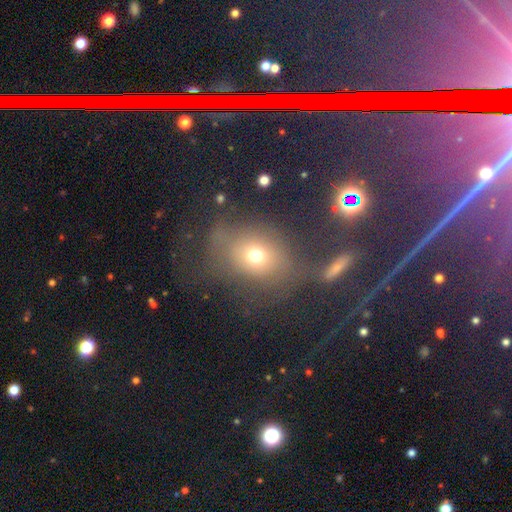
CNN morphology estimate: This appears to be a smooth galaxy with no disk features (65%) that is round (57%). Merging: none (49%).